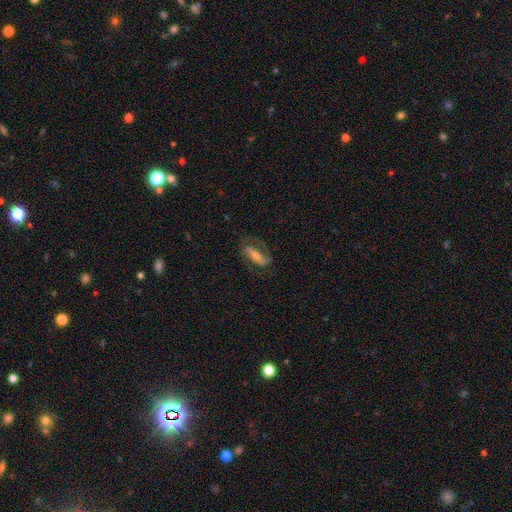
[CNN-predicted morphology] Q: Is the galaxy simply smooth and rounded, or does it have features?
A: featured or disk — 70%.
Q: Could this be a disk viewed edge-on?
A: no — 86%.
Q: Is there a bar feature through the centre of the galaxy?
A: strong — 50%.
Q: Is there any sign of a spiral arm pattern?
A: yes — 86%.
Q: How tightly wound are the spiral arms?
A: medium — 43%.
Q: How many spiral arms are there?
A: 2 — 81%.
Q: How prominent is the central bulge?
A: moderate — 45%, tied with small.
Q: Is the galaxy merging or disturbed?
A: none — 70%.